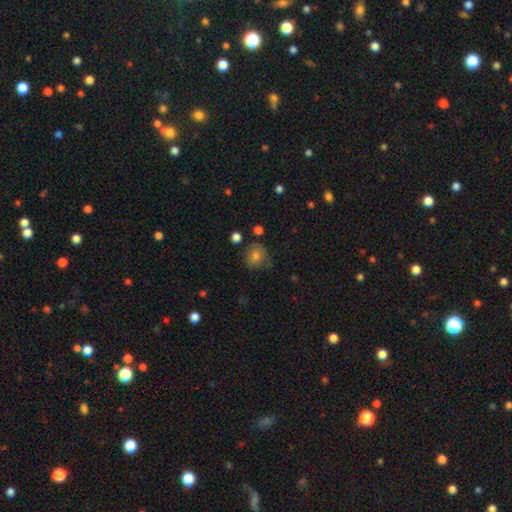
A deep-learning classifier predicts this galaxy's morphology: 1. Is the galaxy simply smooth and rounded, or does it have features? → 73% smooth, 14% featured or disk, 13% star or artifact.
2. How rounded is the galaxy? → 84% round, 15% in between, 1% cigar-shaped.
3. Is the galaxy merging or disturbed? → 70% none, 21% minor disturbance, 6% major disturbance, 3% merger.